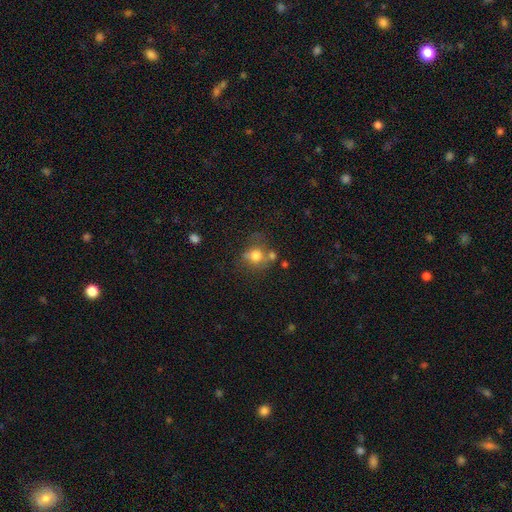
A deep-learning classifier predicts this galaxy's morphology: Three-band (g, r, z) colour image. It shows a smooth galaxy with no disk features (71%) that is round (72%). Merging: none (49%).